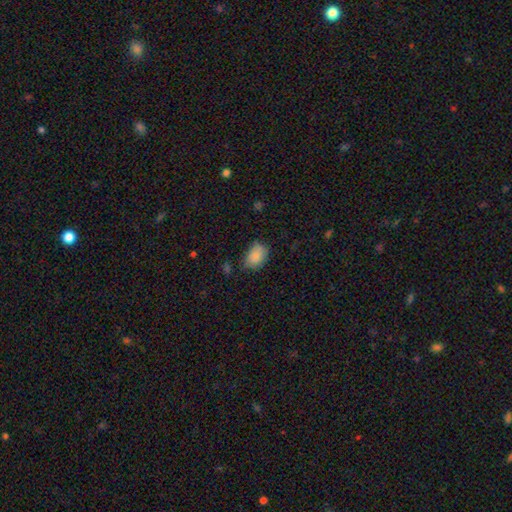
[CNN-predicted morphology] Overall: smooth (86%). How rounded: in between (85%). Merging: none (63%; minor disturbance 29%).